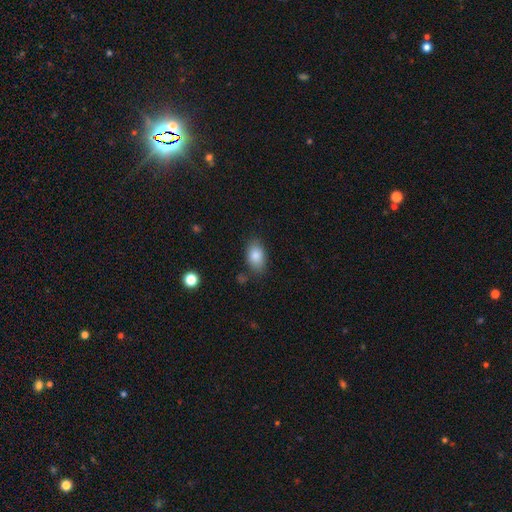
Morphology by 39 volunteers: Q: Smooth or featured?
A: smooth (92%); runner-up: star or artifact (8%)
Q: How rounded?
A: in between (89%); runner-up: round (11%)
Q: Merging?
A: none (78%); runner-up: minor disturbance (17%)